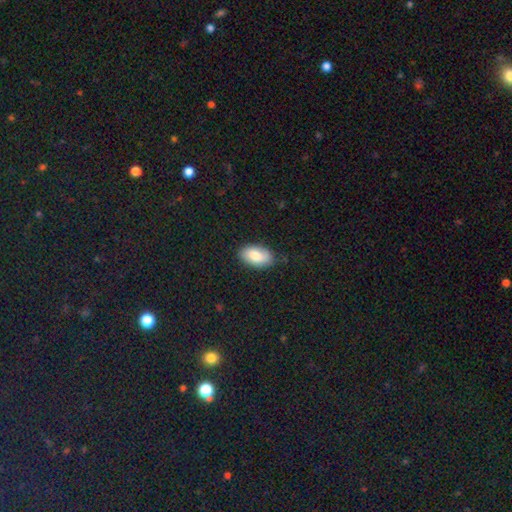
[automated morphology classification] Smooth or featured? Predicted: smooth (p=0.82). How rounded? Predicted: in between (p=0.94). Merging? Predicted: none (p=0.83).